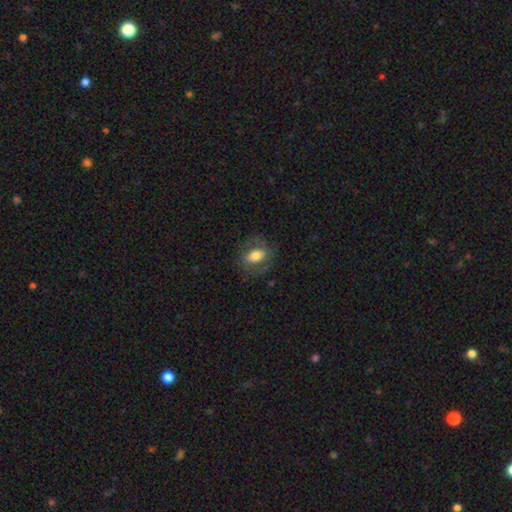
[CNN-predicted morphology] Smooth or featured: smooth — 61% (featured or disk — 31%)
How rounded: in between — 74% (round — 24%)
Merging: none — 74% (minor disturbance — 16%)